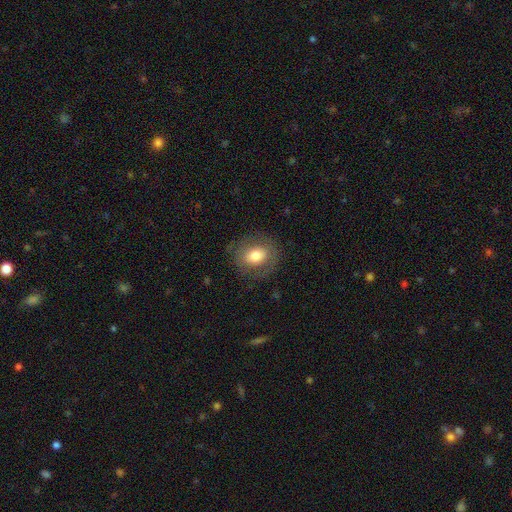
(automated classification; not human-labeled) A smooth galaxy with no disk features (68%) that is round (53%). Merging: none (78%).